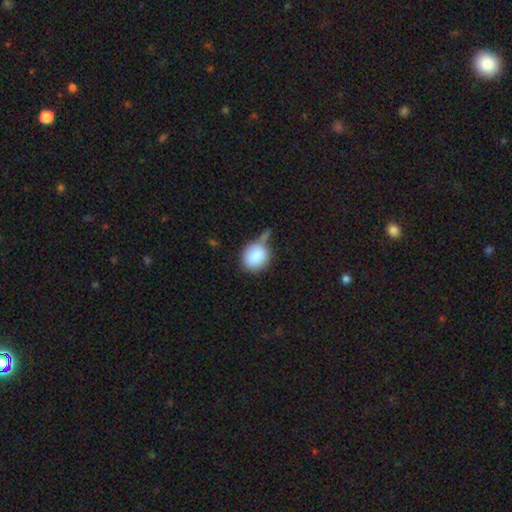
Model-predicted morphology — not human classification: Smooth or featured? Predicted: smooth (p=0.87). How rounded? Predicted: round (p=0.66). Merging? Predicted: none (p=0.42).